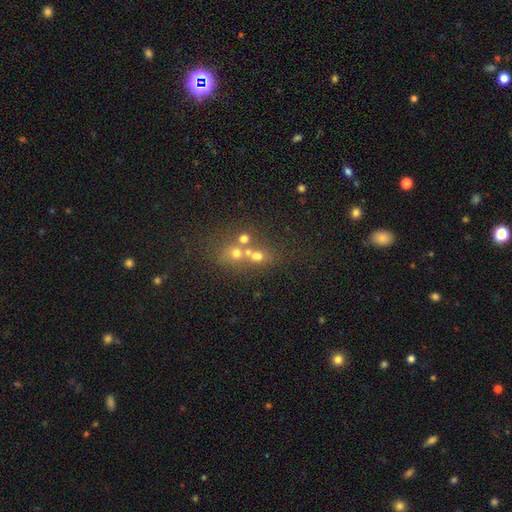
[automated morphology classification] A smooth galaxy with no disk features (49%). Merging: merger (52%).